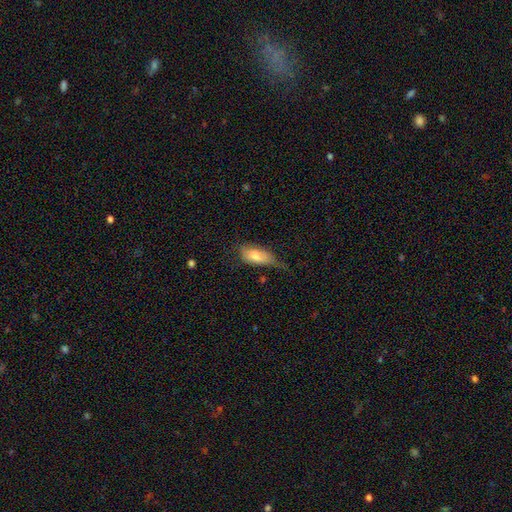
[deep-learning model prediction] Smooth or featured? smooth (74%)
How rounded? in between (83%)
Merging? minor disturbance (40%)